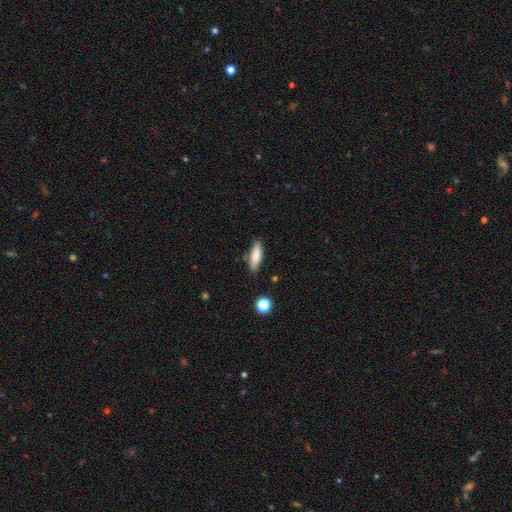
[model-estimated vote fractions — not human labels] Smooth or featured? Predicted: smooth (p=0.78). How rounded? Predicted: in between (p=0.55). Merging? Predicted: none (p=0.83).